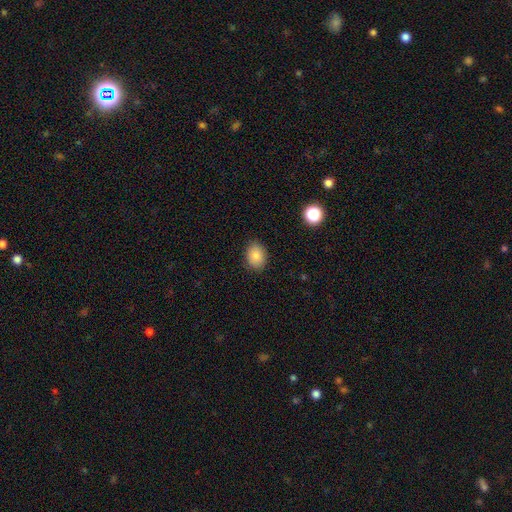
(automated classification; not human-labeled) smooth 83%, star or artifact 9%, featured or disk 7%. Down the decision tree: how rounded — in between (66%); merging — none (85%).